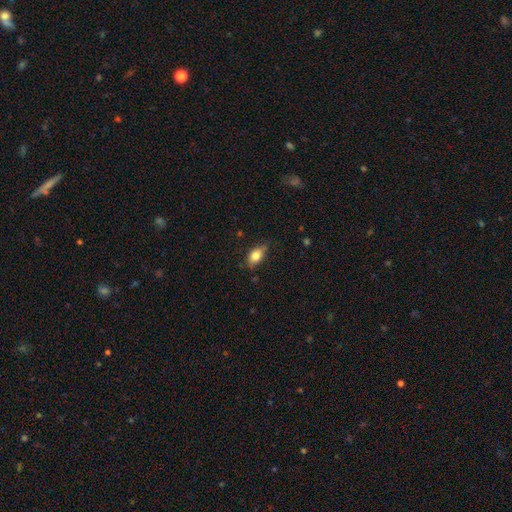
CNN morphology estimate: Smooth or featured?
  - smooth: 79% *
  - featured or disk: 13%
  - star or artifact: 8%
How rounded?
  - in between: 83% *
  - round: 11%
  - cigar-shaped: 5%
Merging?
  - none: 68% *
  - minor disturbance: 25%
  - major disturbance: 5%
  - merger: 2%